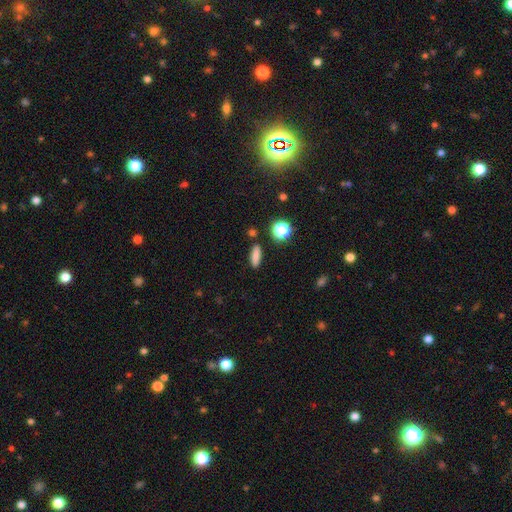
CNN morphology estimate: Overall: smooth (81%). How rounded: cigar-shaped (58%; in between 35%). Merging: none (86%).